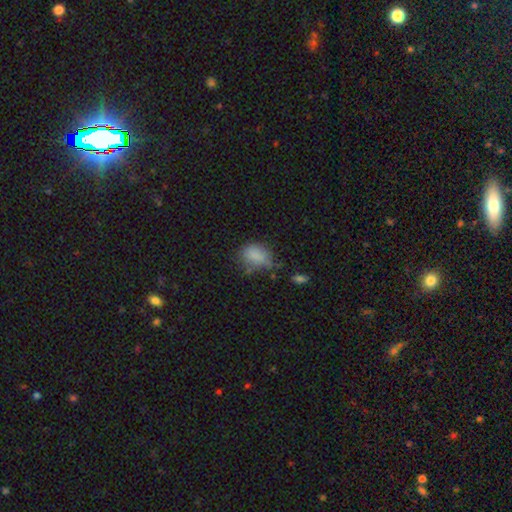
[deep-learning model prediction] Smooth or featured? smooth (82%)
How rounded? in between (73%)
Merging? none (53%)